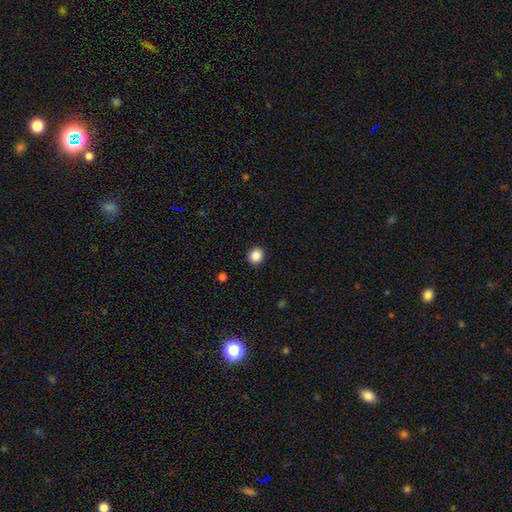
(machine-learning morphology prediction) Smooth or featured? Predicted: smooth (p=0.87). How rounded? Predicted: round (p=0.84). Merging? Predicted: none (p=0.92).